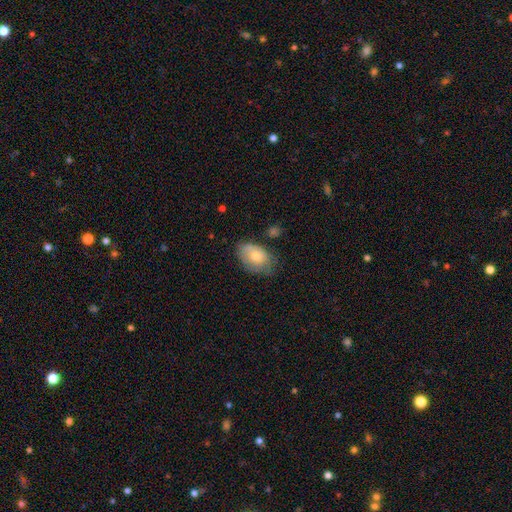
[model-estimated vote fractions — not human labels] Overall: smooth (68%). How rounded: in between (84%). Merging: none (55%; minor disturbance 32%).